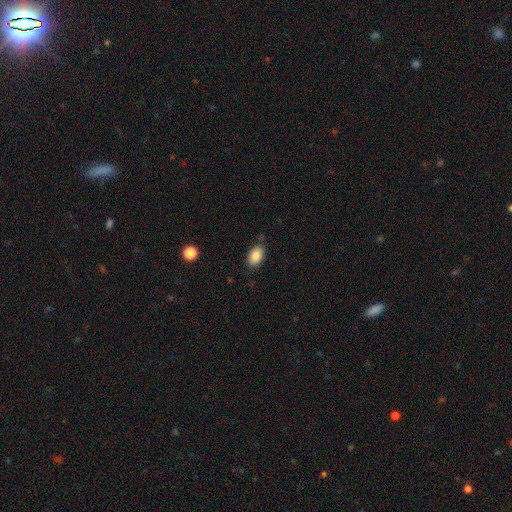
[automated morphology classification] This is clearly a smooth galaxy (87%). How rounded: clearly in between (91%). Merging: clearly none (81%).